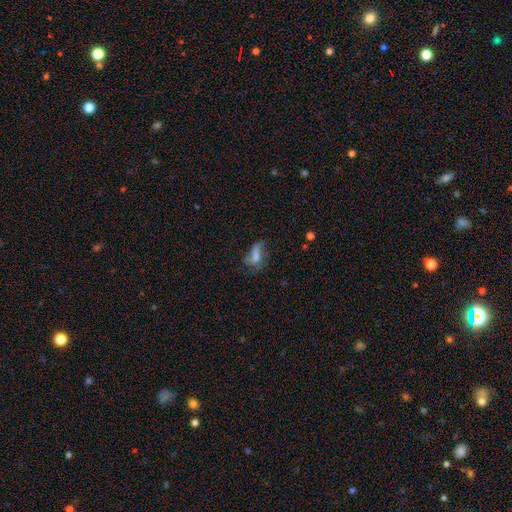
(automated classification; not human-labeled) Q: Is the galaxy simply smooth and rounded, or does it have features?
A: smooth — 52%.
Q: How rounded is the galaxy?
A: in between — 78%.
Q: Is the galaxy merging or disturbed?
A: major disturbance — 38%.